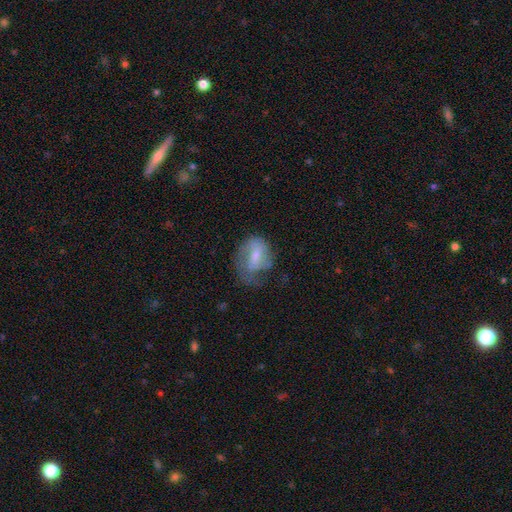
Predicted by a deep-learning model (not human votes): featured or disk 48%, smooth 45%, star or artifact 8%. Down the decision tree: merging — none (35%).